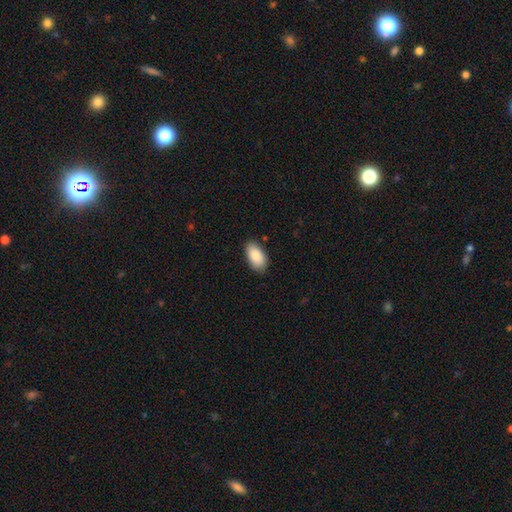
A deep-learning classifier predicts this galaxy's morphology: smooth_or_featured: smooth (p=0.87) [alt: featured or disk p=0.07]
how_rounded: in between (p=0.95) [alt: round p=0.03]
merging: none (p=0.85) [alt: minor disturbance p=0.12]